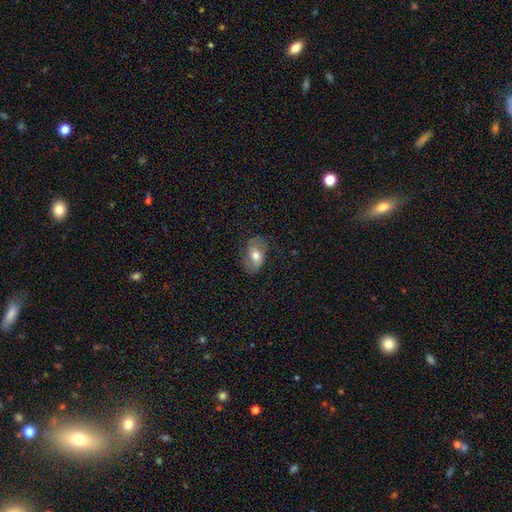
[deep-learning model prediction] smooth-or-featured: smooth: 56% | featured or disk: 36% | star or artifact: 8%
  how-rounded: in between: 85% | round: 13% | cigar-shaped: 2%
  merging: none: 70% | minor disturbance: 20% | major disturbance: 9% | merger: 1%